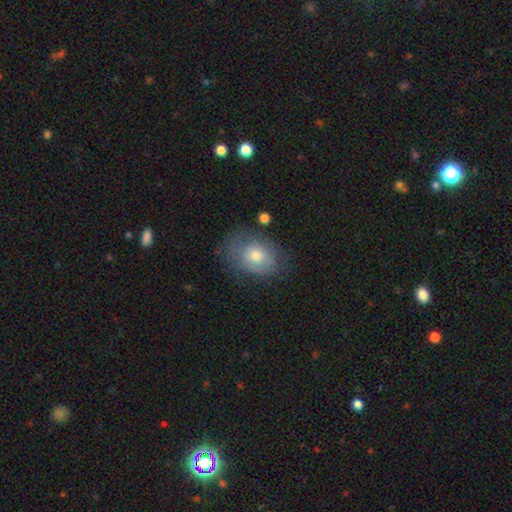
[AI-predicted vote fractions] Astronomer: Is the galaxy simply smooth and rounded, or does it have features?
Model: smooth — 59%.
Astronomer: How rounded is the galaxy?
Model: in between — 68%.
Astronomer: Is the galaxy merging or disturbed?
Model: none — 65%.